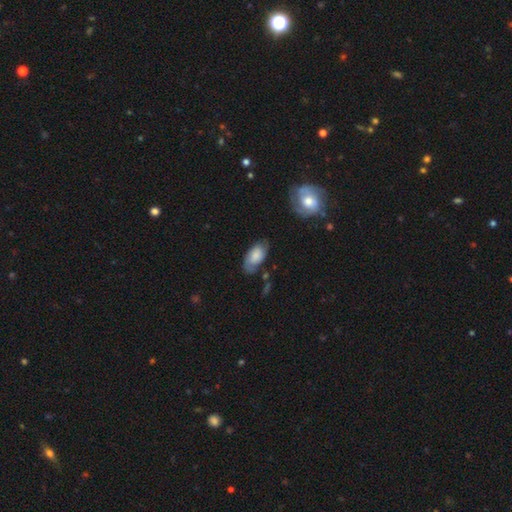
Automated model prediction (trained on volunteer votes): smooth_or_featured: smooth (p=0.57) [alt: featured or disk p=0.35]
how_rounded: in between (p=0.93) [alt: round p=0.04]
merging: none (p=0.66) [alt: minor disturbance p=0.23]